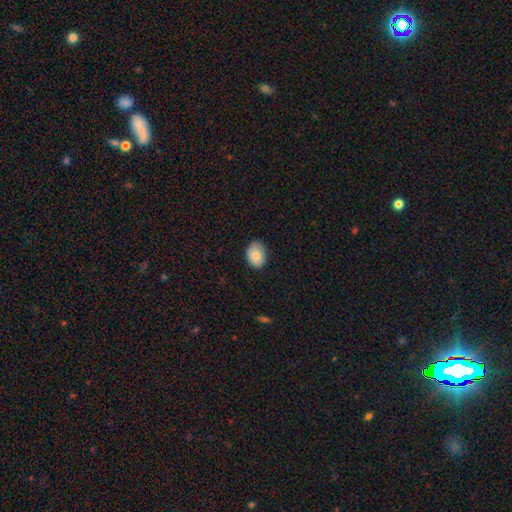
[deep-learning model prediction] A smooth galaxy with no disk features (83%) that is in between round and cigar-shaped (70%).

Vote fractions:
- Smooth or featured? smooth: 83% / featured or disk: 10% / star or artifact: 8%
- How rounded? in between: 70% / round: 29% / cigar-shaped: 1%
- Merging? none: 82% / minor disturbance: 15% / major disturbance: 2% / merger: 1%